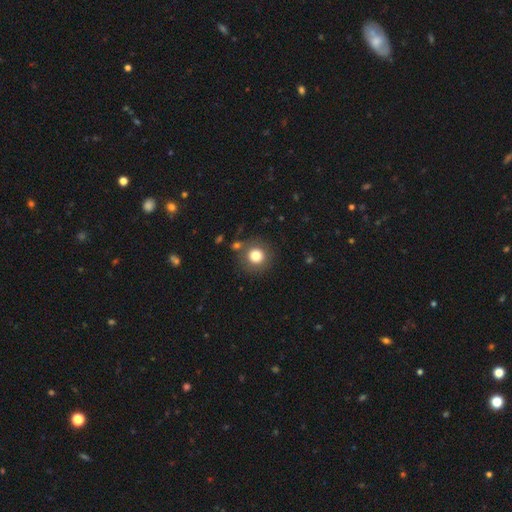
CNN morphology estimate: Smooth or featured? Predicted: smooth (p=0.79). How rounded? Predicted: round (p=0.93). Merging? Predicted: none (p=0.82).